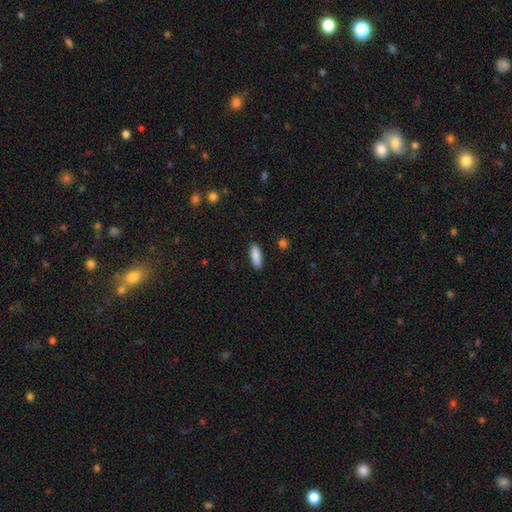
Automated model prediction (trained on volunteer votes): smooth-or-featured: smooth: 88% | star or artifact: 6% | featured or disk: 6%
  how-rounded: in between: 52% | cigar-shaped: 46% | round: 2%
  merging: none: 90% | minor disturbance: 7% | major disturbance: 2% | merger: 1%